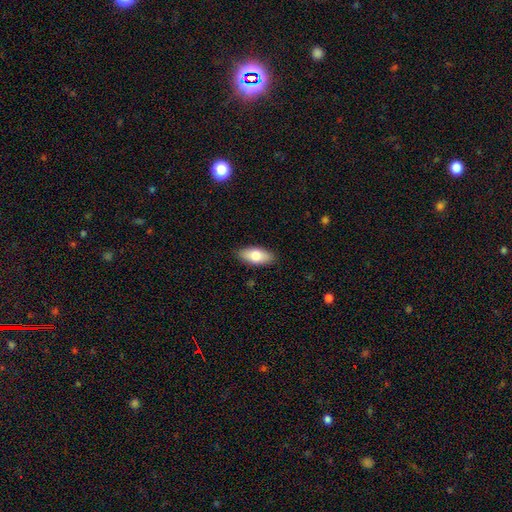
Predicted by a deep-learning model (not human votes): Q: Smooth or featured?
A: smooth (78%); runner-up: featured or disk (16%)
Q: How rounded?
A: in between (89%); runner-up: cigar-shaped (9%)
Q: Merging?
A: none (88%); runner-up: minor disturbance (9%)